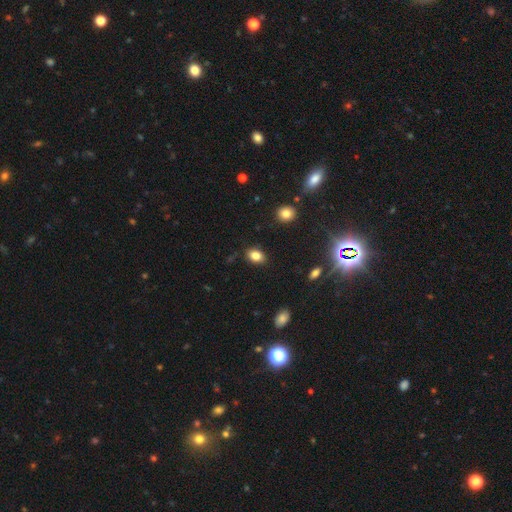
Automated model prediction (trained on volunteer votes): Smooth or featured? smooth (83%)
How rounded? in between (78%)
Merging? none (85%)